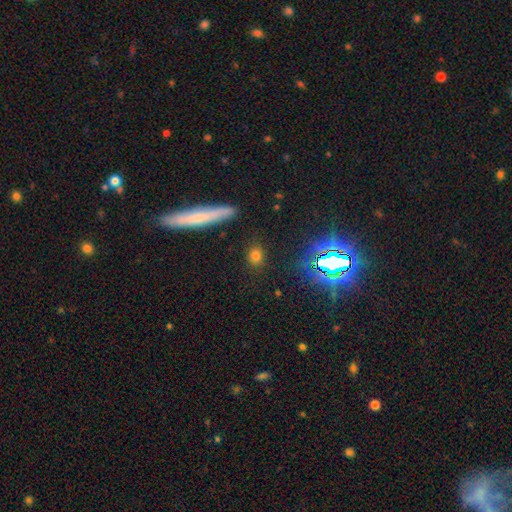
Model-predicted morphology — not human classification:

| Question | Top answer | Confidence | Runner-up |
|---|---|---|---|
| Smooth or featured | smooth | 74% | star or artifact (19%) |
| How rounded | round | 54% | in between (40%) |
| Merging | none | 87% | minor disturbance (8%) |